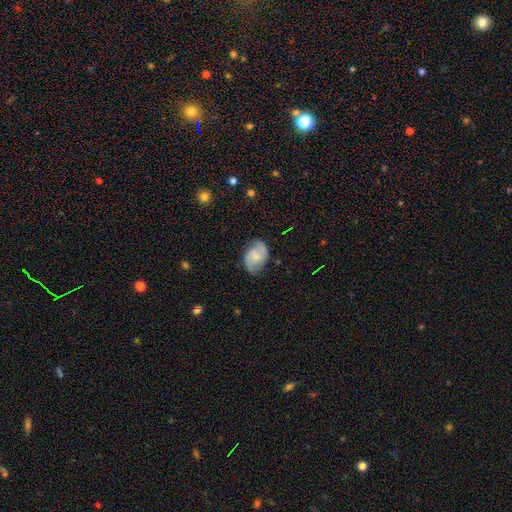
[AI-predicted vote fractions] Smooth or featured?
  - featured or disk: 62% *
  - smooth: 31%
  - star or artifact: 8%
Edge-on disk?
  - no: 97% *
  - yes: 3%
Bar?
  - no: 48% *
  - weak: 43%
  - strong: 9%
Spiral arms?
  - yes: 92% *
  - no: 8%
Spiral winding?
  - medium: 48% *
  - loose: 28%
  - tight: 24%
Spiral arm count?
  - 2: 89% *
  - can't tell: 6%
  - 1: 2%
  - 3: 1%
  - 4: 1%
  - more than 4: 1%
Bulge size?
  - small: 37% *
  - moderate: 29%
  - none: 27%
  - large: 5%
  - dominant: 2%
Merging?
  - none: 76% *
  - minor disturbance: 18%
  - major disturbance: 5%
  - merger: 1%